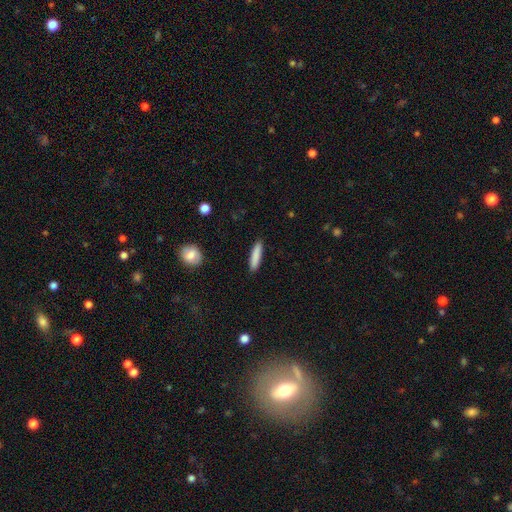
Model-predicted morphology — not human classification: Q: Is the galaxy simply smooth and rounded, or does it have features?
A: smooth — 86%.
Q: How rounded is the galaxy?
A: cigar-shaped — 84%.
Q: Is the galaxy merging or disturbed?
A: none — 90%.